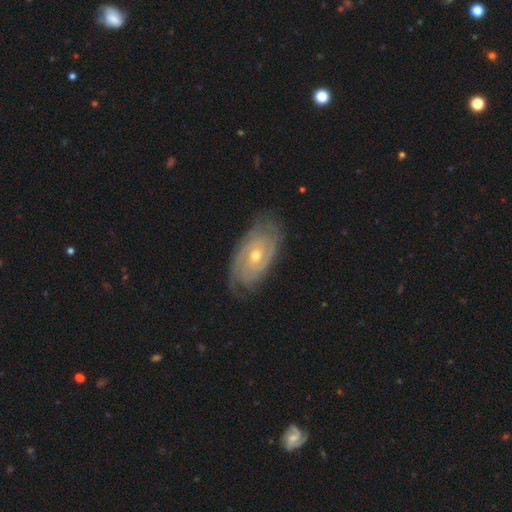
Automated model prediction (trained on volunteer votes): Smooth or featured? featured or disk (84%)
Edge-on disk? no (94%)
Bar? no (72%)
Spiral arms? yes (94%)
Spiral winding? tight (76%)
Spiral arm count? can't tell (35%)
Bulge size? moderate (51%)
Merging? none (76%)